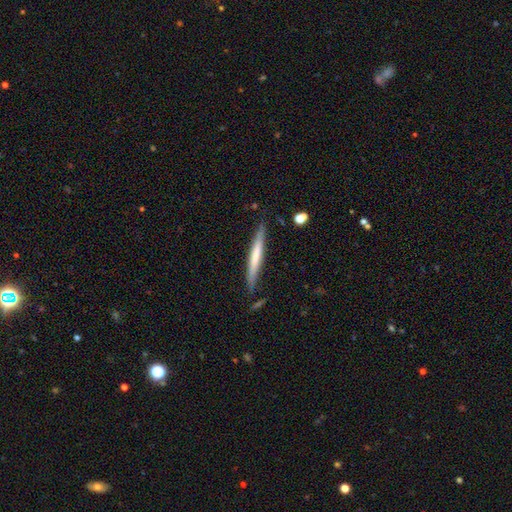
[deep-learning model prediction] This is possibly a smooth galaxy (54%). How rounded: clearly cigar-shaped (96%). Merging: clearly none (83%).